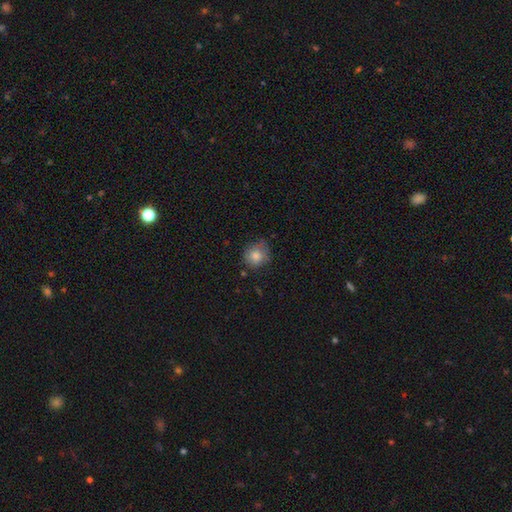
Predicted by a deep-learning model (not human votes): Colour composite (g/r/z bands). It shows a smooth galaxy with no disk features (79%) that is round (78%). Merging: none (66%).